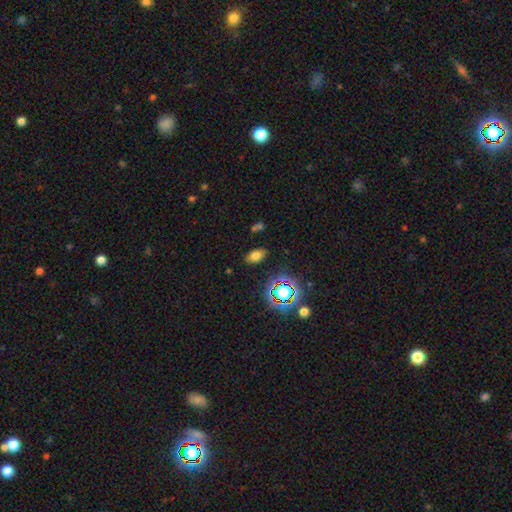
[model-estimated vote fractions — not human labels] Smooth or featured: smooth — 68% (star or artifact — 21%)
How rounded: in between — 89% (round — 9%)
Merging: none — 84% (minor disturbance — 10%)